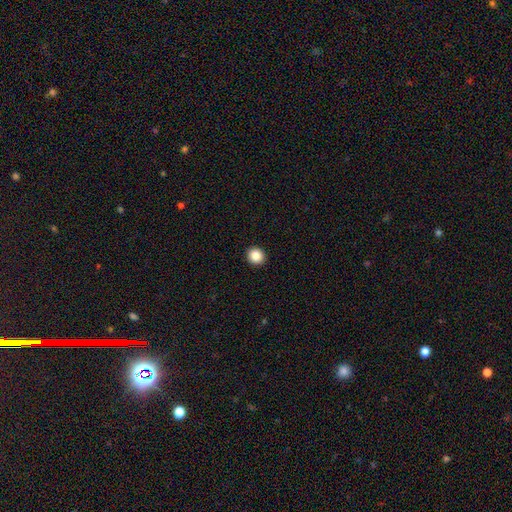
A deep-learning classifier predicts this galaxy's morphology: smooth-or-featured: smooth: 87% | star or artifact: 9% | featured or disk: 4%
  how-rounded: round: 89% | in between: 10% | cigar-shaped: 1%
  merging: none: 93% | minor disturbance: 4% | major disturbance: 1% | merger: 1%